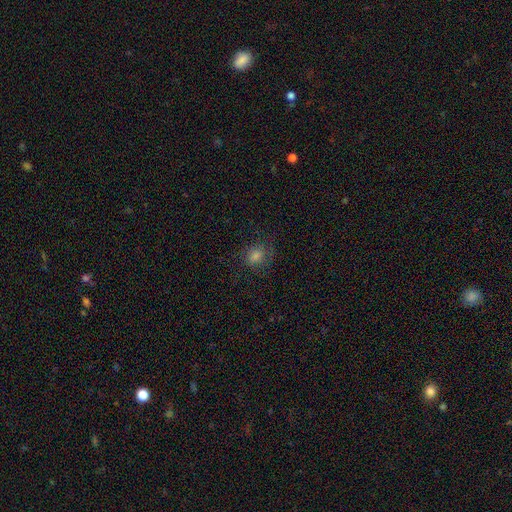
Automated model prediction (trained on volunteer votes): This is likely a smooth galaxy (61%). How rounded: likely round (67%). Merging: likely none (70%).